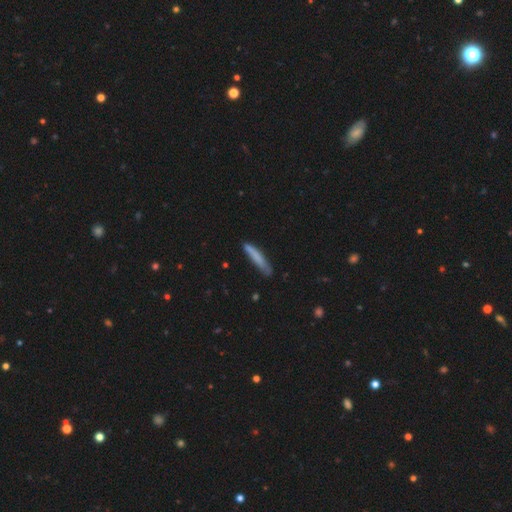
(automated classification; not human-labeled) Smooth or featured?
  - smooth: 75% *
  - featured or disk: 19%
  - star or artifact: 6%
How rounded?
  - cigar-shaped: 93% *
  - in between: 6%
  - round: 1%
Merging?
  - none: 74% *
  - minor disturbance: 20%
  - major disturbance: 3%
  - merger: 2%